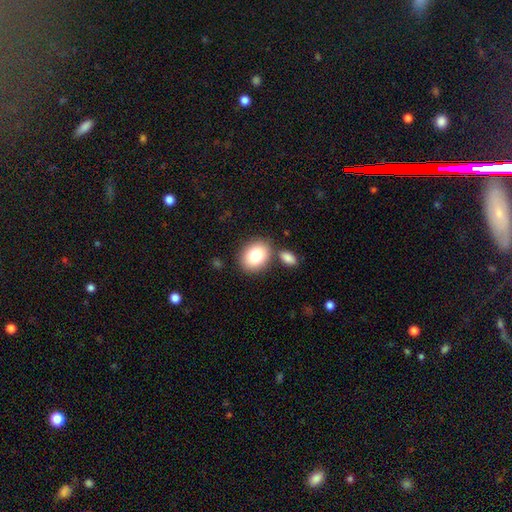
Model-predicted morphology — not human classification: type=smooth (82%); roundness=in between (55%); merging=none (73%).